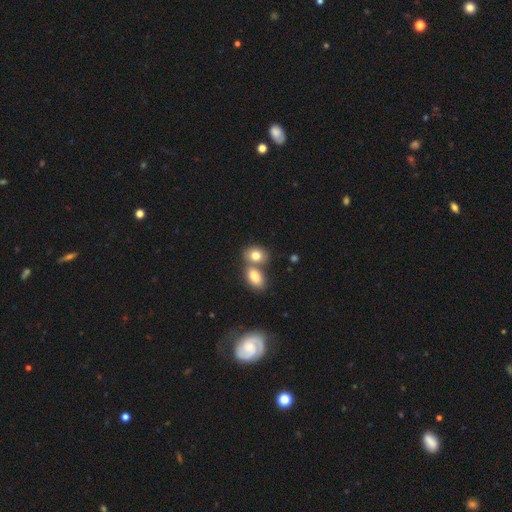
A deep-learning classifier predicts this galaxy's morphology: Smooth or featured?
  - smooth: 79% *
  - featured or disk: 12%
  - star or artifact: 9%
How rounded?
  - in between: 68% *
  - round: 31%
  - cigar-shaped: 1%
Merging?
  - merger: 54% *
  - none: 36%
  - minor disturbance: 8%
  - major disturbance: 3%